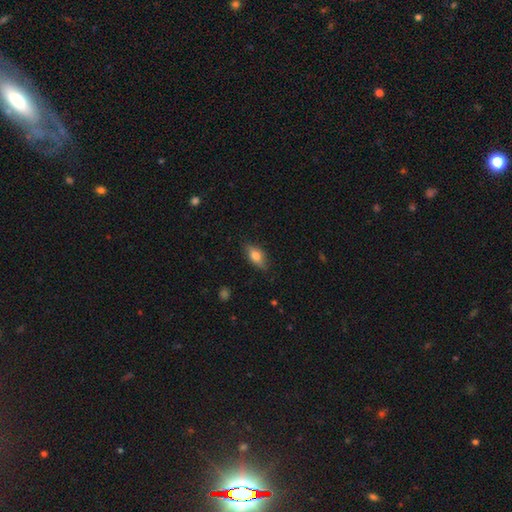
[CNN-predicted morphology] smooth_or_featured: smooth (p=0.75) [alt: featured or disk p=0.18]
how_rounded: in between (p=0.83) [alt: cigar-shaped p=0.11]
merging: none (p=0.81) [alt: minor disturbance p=0.15]